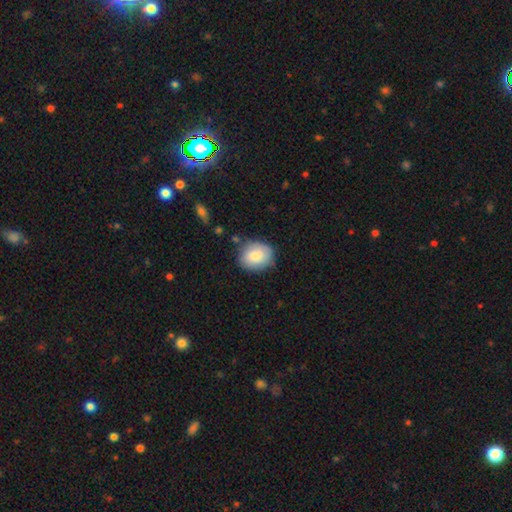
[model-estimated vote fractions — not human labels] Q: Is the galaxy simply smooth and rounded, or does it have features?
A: smooth — 84%.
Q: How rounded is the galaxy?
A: round — 51%.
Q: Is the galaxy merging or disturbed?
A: none — 78%.